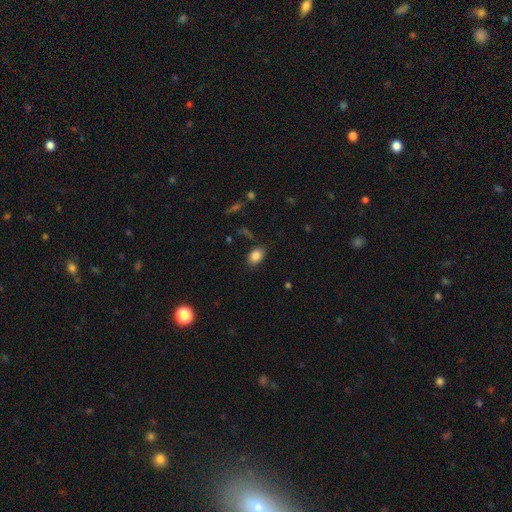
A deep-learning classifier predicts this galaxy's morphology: A smooth galaxy with no disk features (85%) that is in between round and cigar-shaped (81%).

Vote fractions:
- Smooth or featured? smooth: 85% / star or artifact: 9% / featured or disk: 6%
- How rounded? in between: 81% / round: 17% / cigar-shaped: 1%
- Merging? none: 81% / minor disturbance: 13% / major disturbance: 4% / merger: 2%